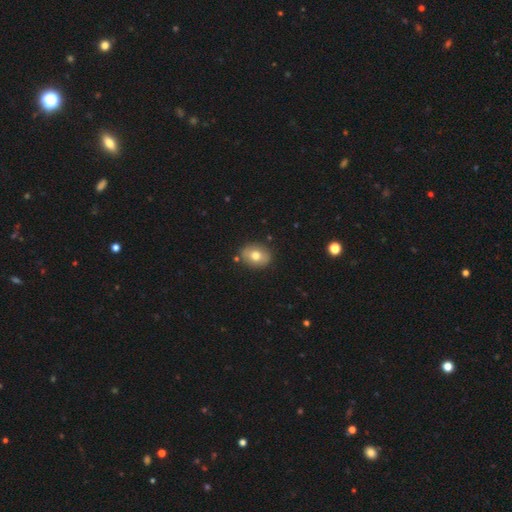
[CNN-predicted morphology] Smooth or featured? Predicted: smooth (p=0.71). How rounded? Predicted: in between (p=0.59). Merging? Predicted: none (p=0.85).